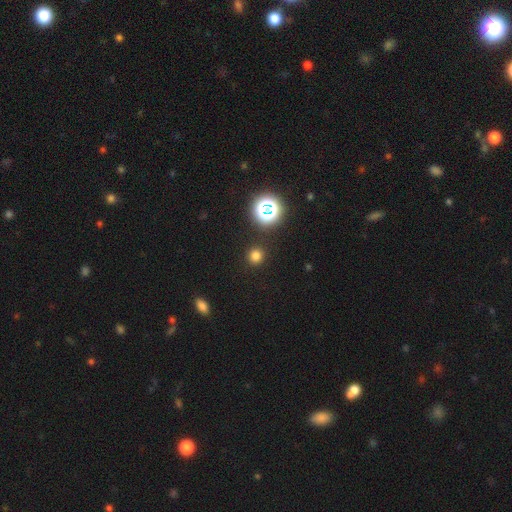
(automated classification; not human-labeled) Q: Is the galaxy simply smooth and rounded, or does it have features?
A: smooth — 74%.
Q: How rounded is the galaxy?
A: round — 92%.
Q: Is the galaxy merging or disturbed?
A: none — 90%.